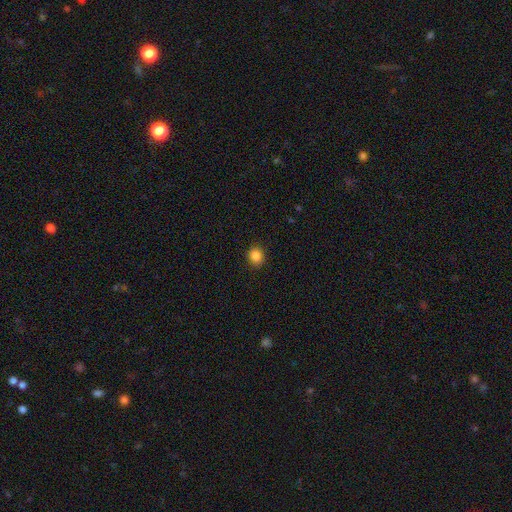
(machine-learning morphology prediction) Smooth or featured? smooth (86%)
How rounded? round (78%)
Merging? none (90%)